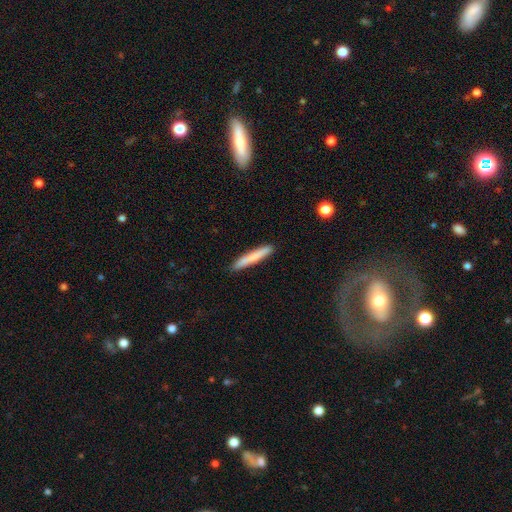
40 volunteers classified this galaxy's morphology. Smooth or featured? 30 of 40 (75%) said smooth. How rounded? 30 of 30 (100%) said cigar-shaped. Merging? 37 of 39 (95%) said none.